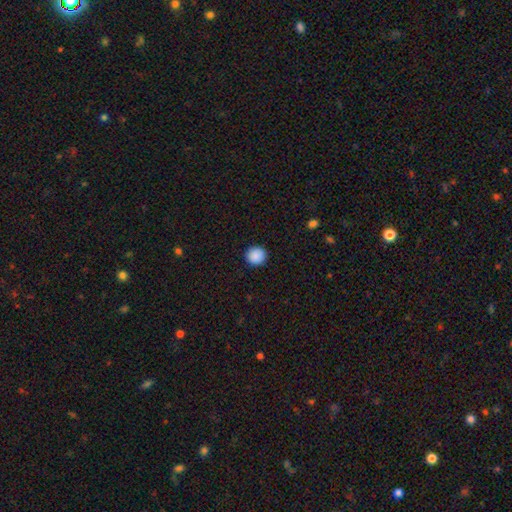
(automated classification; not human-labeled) smooth-or-featured: smooth: 89% | star or artifact: 8% | featured or disk: 3%
  how-rounded: round: 94% | in between: 6% | cigar-shaped: 1%
  merging: none: 92% | minor disturbance: 5% | major disturbance: 2% | merger: 1%